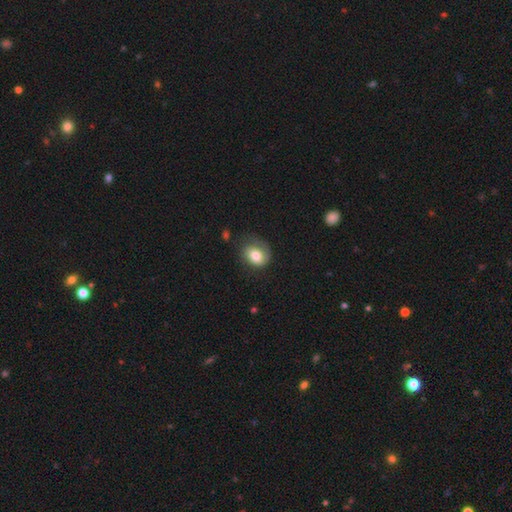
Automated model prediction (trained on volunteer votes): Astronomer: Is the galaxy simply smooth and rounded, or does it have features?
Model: smooth — 74%.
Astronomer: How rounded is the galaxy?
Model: round — 50% (runner-up: in between, 49%).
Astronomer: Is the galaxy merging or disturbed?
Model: none — 52% (runner-up: minor disturbance, 29%).